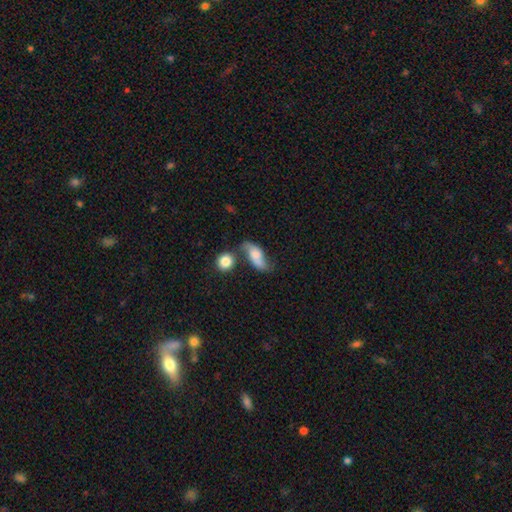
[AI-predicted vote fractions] Morphology: type=smooth (46%, tied with featured or disk); merging=none (42%).